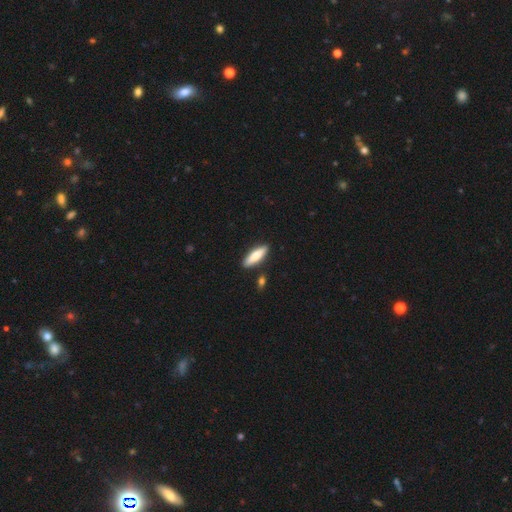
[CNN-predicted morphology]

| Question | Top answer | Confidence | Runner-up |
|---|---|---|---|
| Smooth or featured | smooth | 73% | featured or disk (22%) |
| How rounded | cigar-shaped | 63% | in between (35%) |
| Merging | none | 87% | minor disturbance (8%) |